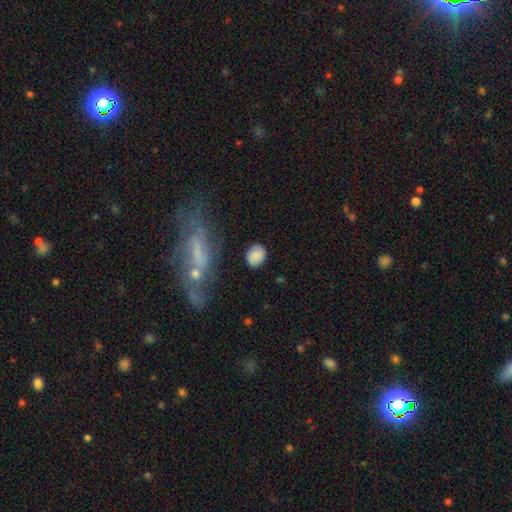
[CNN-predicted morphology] Smooth or featured: smooth — 80% (featured or disk — 12%)
How rounded: round — 53% (in between — 46%)
Merging: none — 77% (minor disturbance — 15%)